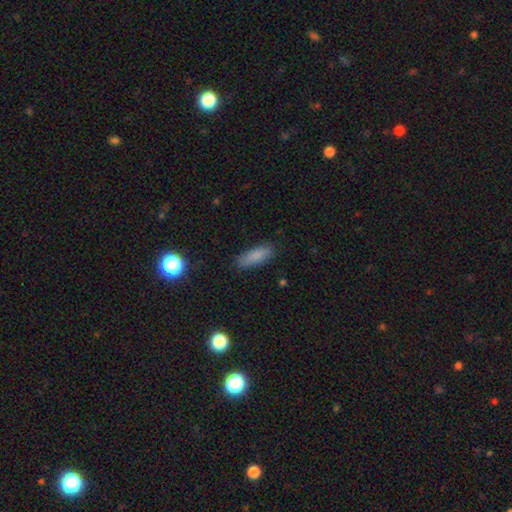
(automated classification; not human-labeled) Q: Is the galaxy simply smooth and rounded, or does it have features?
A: smooth — 84%.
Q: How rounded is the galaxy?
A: in between — 52%.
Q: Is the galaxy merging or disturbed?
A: none — 85%.